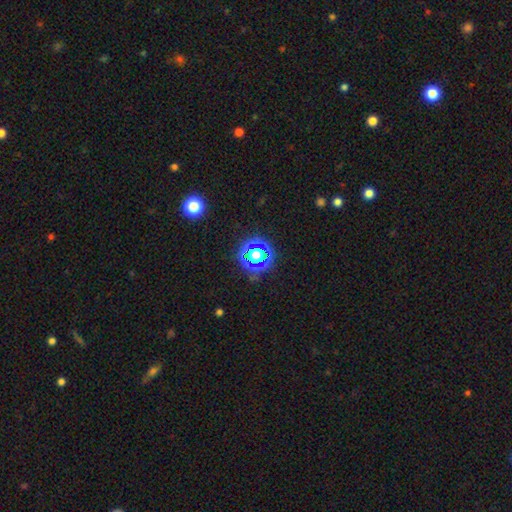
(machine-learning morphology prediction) The model was most divided on "smooth or featured": star or artifact: 59%, smooth: 30%, featured or disk: 11%.